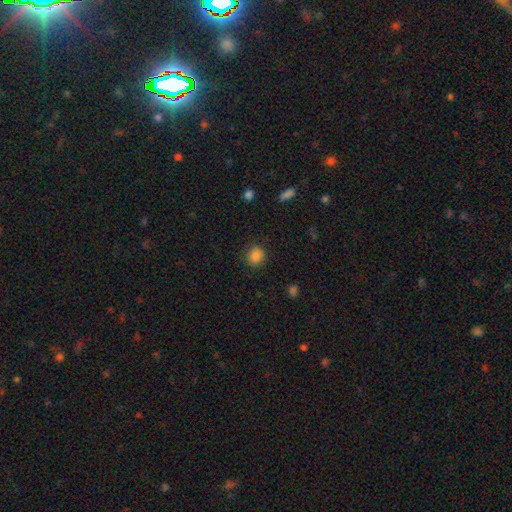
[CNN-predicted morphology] Smooth or featured: smooth — 85% (star or artifact — 11%)
How rounded: round — 87% (in between — 12%)
Merging: none — 87% (minor disturbance — 9%)